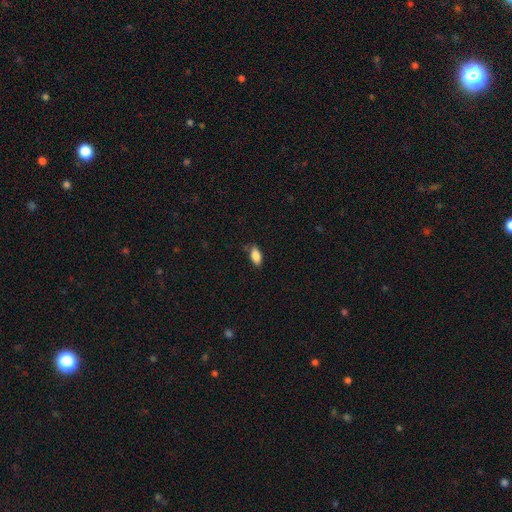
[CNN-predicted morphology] Smooth or featured? smooth (87%)
How rounded? in between (91%)
Merging? none (77%)